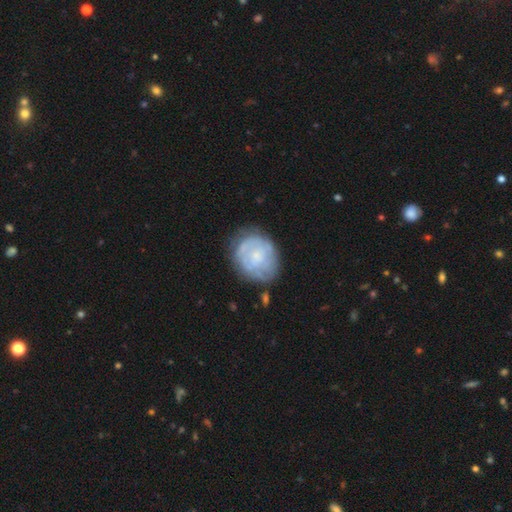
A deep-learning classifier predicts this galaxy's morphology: A featured or disk galaxy (59%) with no bar (75%), spiral arms (63%) and a small central bulge (52%).

Vote fractions:
- Smooth or featured? featured or disk: 59% / smooth: 34% / star or artifact: 7%
- Edge-on disk? no: 98% / yes: 2%
- Bar? no: 75% / weak: 22% / strong: 3%
- Spiral arms? yes: 63% / no: 37%
- Bulge size? small: 52% / moderate: 25% / none: 18% / large: 3% / dominant: 1%
- Merging? none: 64% / minor disturbance: 23% / major disturbance: 10% / merger: 3%